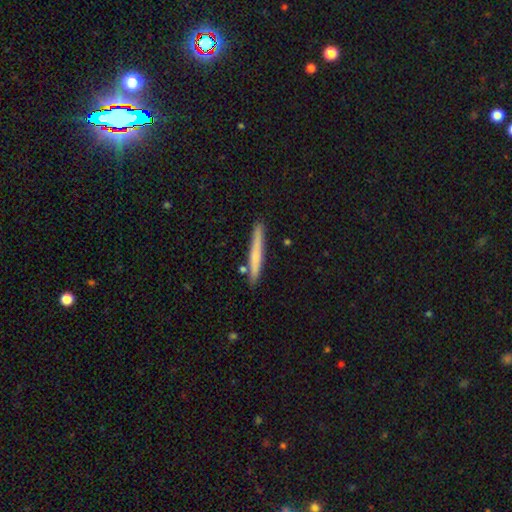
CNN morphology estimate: Smooth or featured?
  - smooth: 62% *
  - featured or disk: 33%
  - star or artifact: 6%
How rounded?
  - cigar-shaped: 96% *
  - in between: 3%
  - round: 1%
Merging?
  - none: 85% *
  - minor disturbance: 9%
  - merger: 4%
  - major disturbance: 2%